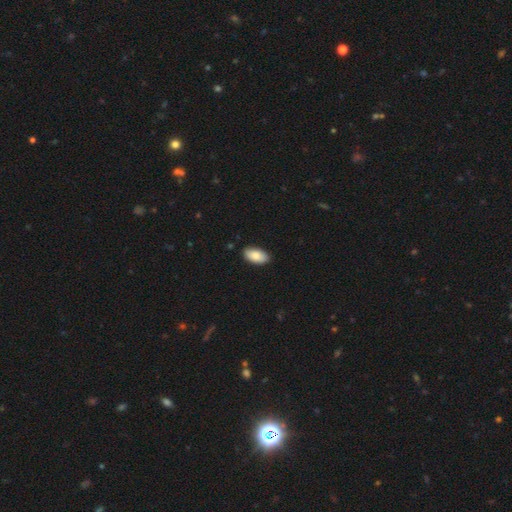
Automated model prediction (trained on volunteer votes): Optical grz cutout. It shows a smooth galaxy with no disk features (86%) that is in between round and cigar-shaped (95%). Merging: none (87%).